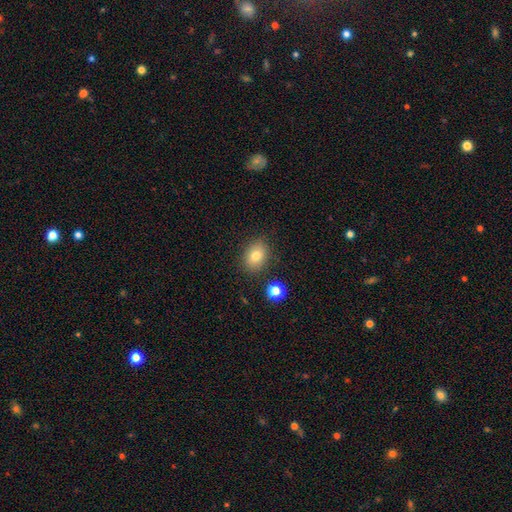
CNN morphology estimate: The model was most divided on "how rounded": in between: 64%, round: 35%, cigar-shaped: 1%. More confident: merging — none (84%); smooth or featured — smooth (79%).